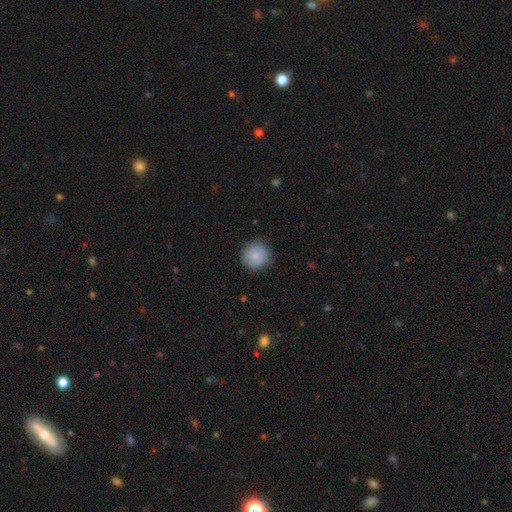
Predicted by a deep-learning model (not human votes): This appears to be a smooth galaxy with no disk features (86%) that is round (93%). Merging: none (85%).